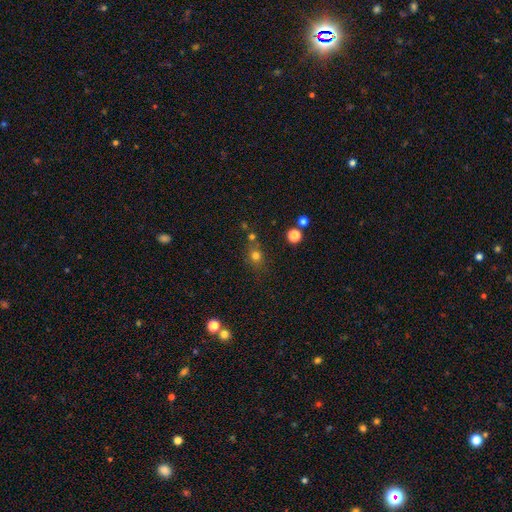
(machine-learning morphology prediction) Smooth or featured: smooth — 73% (star or artifact — 18%)
How rounded: round — 75% (in between — 24%)
Merging: none — 68% (minor disturbance — 14%)